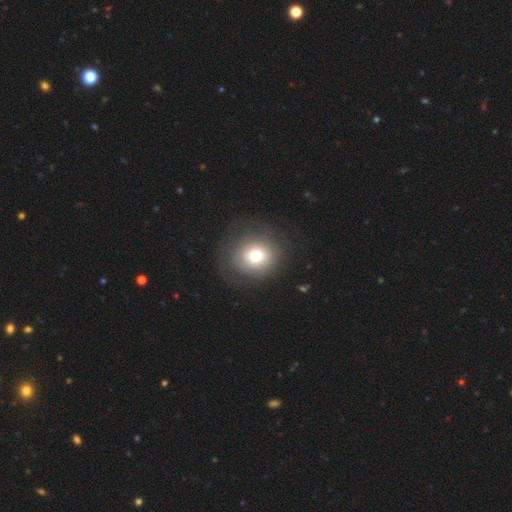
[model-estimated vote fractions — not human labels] This appears to be a smooth galaxy with no disk features (70%) that is round (84%). Merging: none (77%).